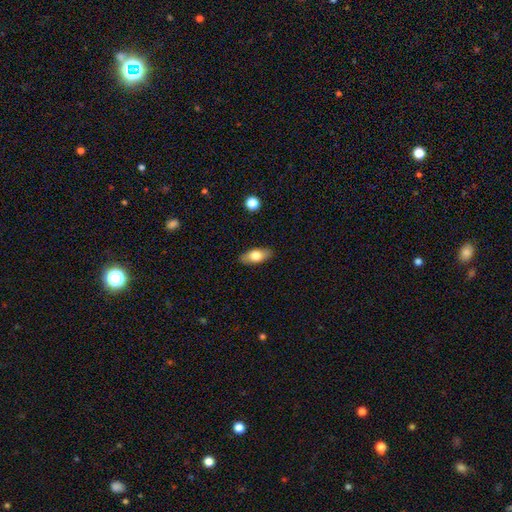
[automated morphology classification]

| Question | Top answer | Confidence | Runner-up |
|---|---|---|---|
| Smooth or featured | smooth | 72% | featured or disk (21%) |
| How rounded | in between | 85% | cigar-shaped (11%) |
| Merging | none | 88% | minor disturbance (9%) |